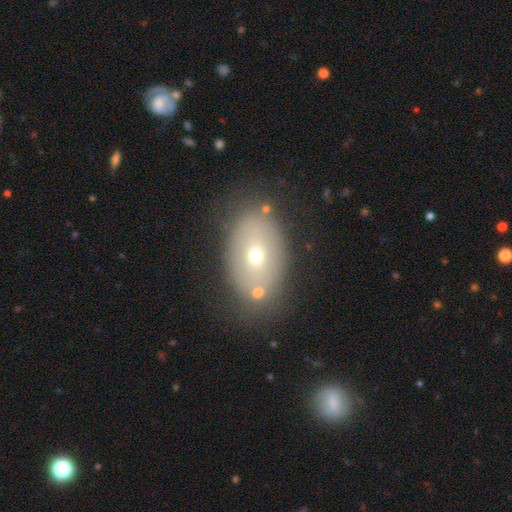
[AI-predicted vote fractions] A smooth galaxy with no disk features (56%) that is in between round and cigar-shaped (85%). Merging: none (70%).